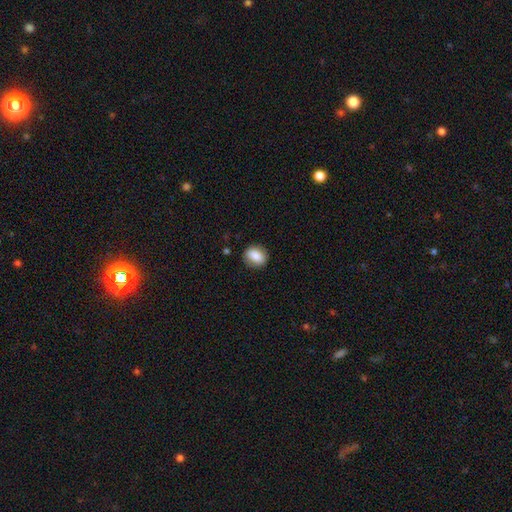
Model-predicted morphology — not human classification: type=smooth (82%); roundness=round (51%); merging=none (84%).